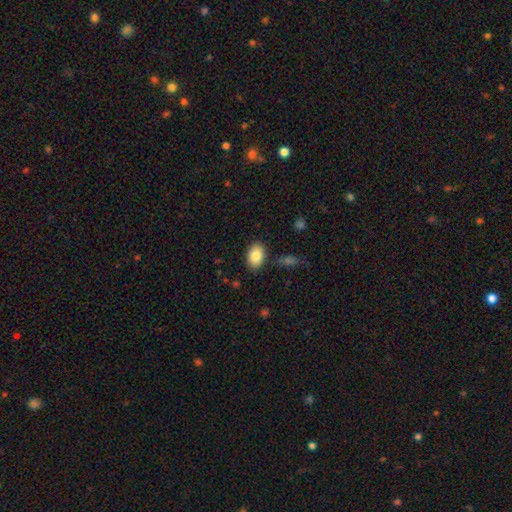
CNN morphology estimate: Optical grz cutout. It shows a smooth galaxy with no disk features (84%) that is in between round and cigar-shaped (89%). Merging: none (85%).